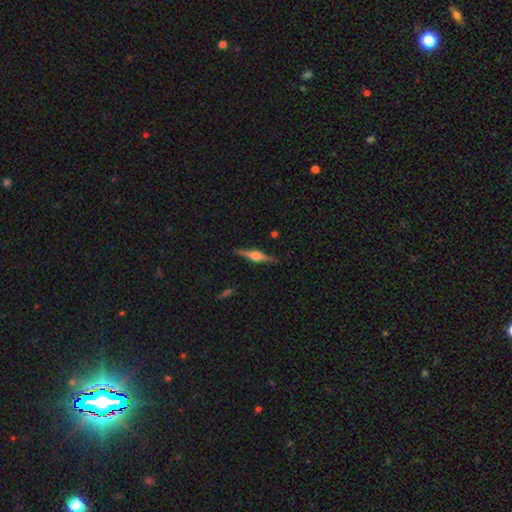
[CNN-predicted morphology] type=featured or disk (80%); edge-on=yes (98%); edge-on bulge=rounded (91%); merging=none (90%).